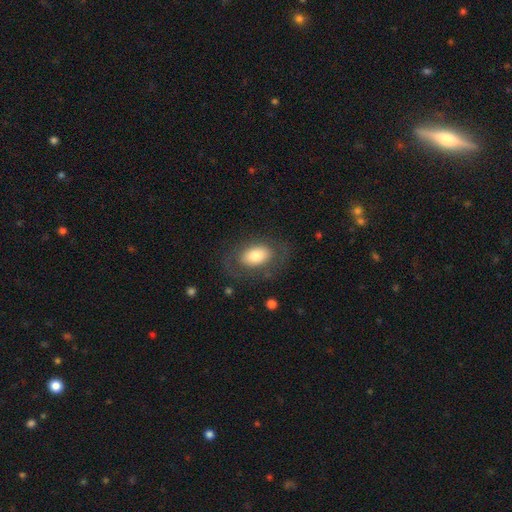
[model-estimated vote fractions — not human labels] smooth_or_featured: smooth (p=0.67) [alt: featured or disk p=0.26]
how_rounded: in between (p=0.88) [alt: round p=0.11]
merging: none (p=0.72) [alt: minor disturbance p=0.15]